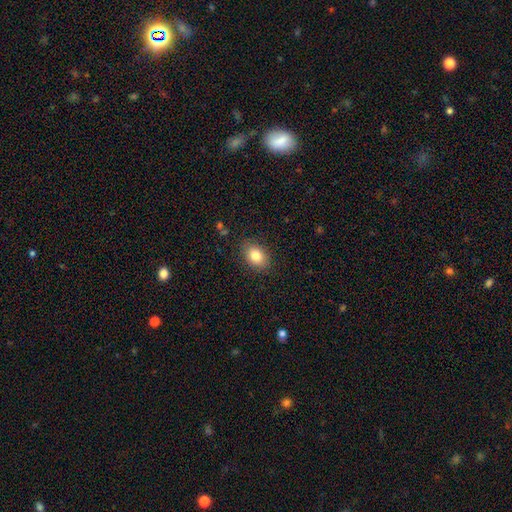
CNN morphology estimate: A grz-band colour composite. It shows a smooth galaxy with no disk features (83%) that is in between round and cigar-shaped (76%). Merging: none (86%).